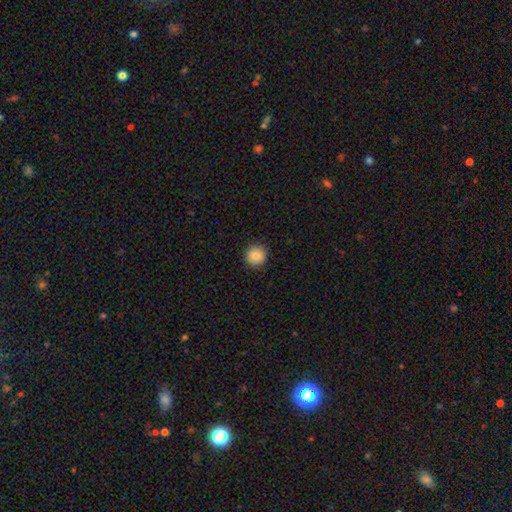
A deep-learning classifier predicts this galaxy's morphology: This is clearly a smooth galaxy (83%). How rounded: clearly round (95%). Merging: clearly none (92%).